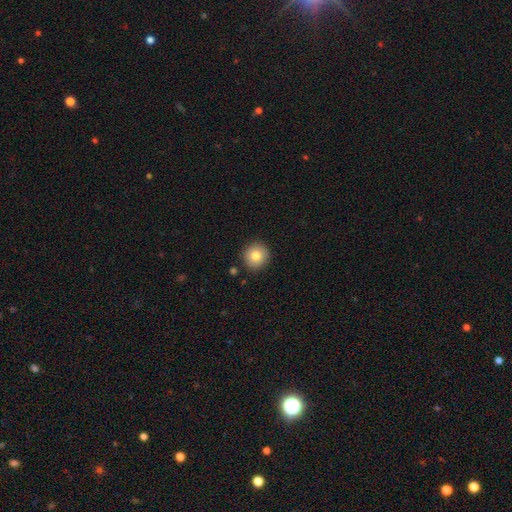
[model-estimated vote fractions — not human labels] Smooth or featured?
  - smooth: 81% *
  - star or artifact: 9%
  - featured or disk: 9%
How rounded?
  - round: 94% *
  - in between: 5%
  - cigar-shaped: 1%
Merging?
  - none: 90% *
  - minor disturbance: 6%
  - merger: 2%
  - major disturbance: 2%